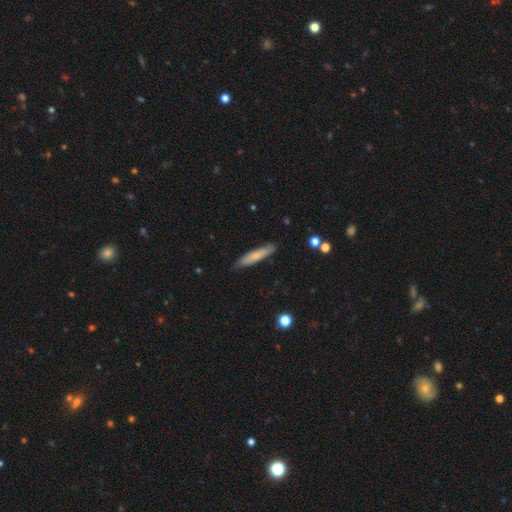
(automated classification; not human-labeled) smooth_or_featured: smooth (p=0.71) [alt: featured or disk p=0.23]
how_rounded: cigar-shaped (p=0.88) [alt: in between p=0.11]
merging: none (p=0.83) [alt: minor disturbance p=0.13]